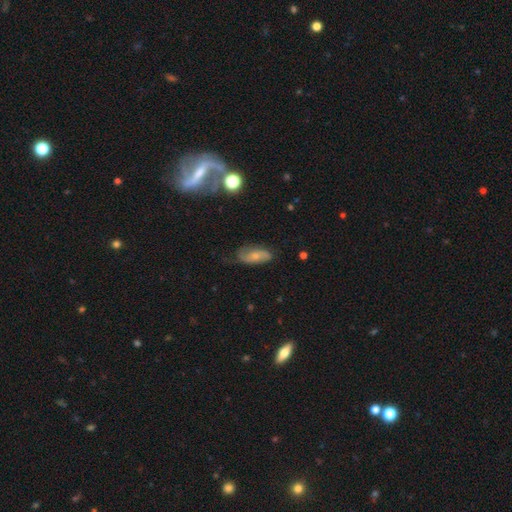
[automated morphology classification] Smooth or featured? Predicted: smooth (p=0.48). Merging? Predicted: none (p=0.60).